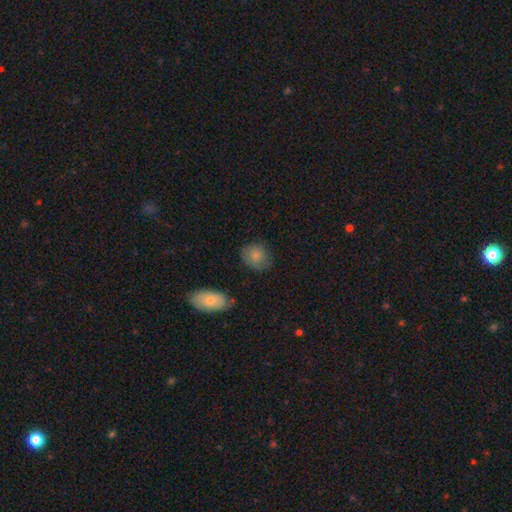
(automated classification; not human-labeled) Smooth or featured? smooth (81%)
How rounded? round (66%)
Merging? none (72%)